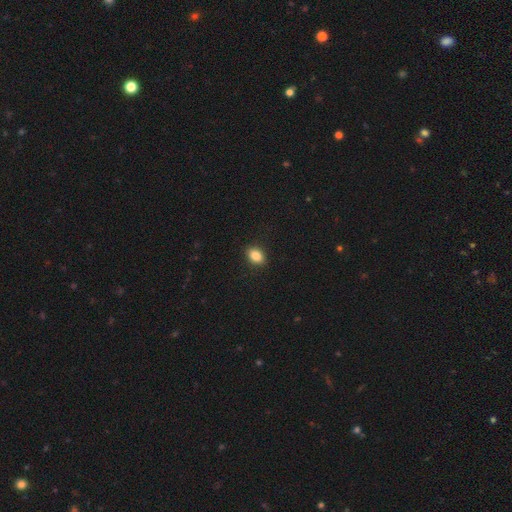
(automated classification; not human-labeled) smooth_or_featured: smooth (p=0.86) [alt: star or artifact p=0.09]
how_rounded: in between (p=0.83) [alt: round p=0.15]
merging: none (p=0.90) [alt: minor disturbance p=0.08]